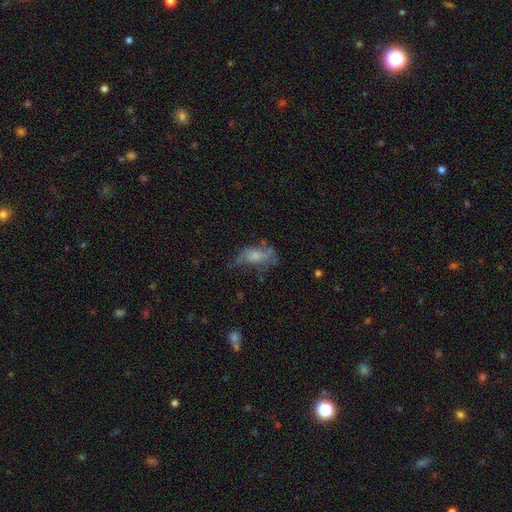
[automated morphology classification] This is possibly a smooth galaxy (46%). Merging: marginally none (38%).